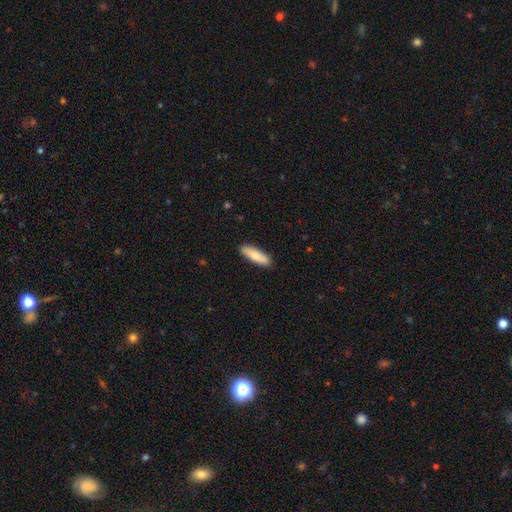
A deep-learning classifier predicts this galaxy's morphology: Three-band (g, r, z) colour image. It shows a smooth galaxy with no disk features (78%) that is cigar-shaped (55%). Merging: none (89%).